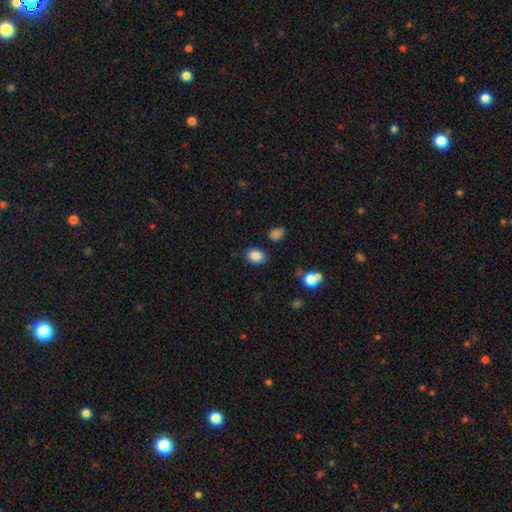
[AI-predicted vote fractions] Morphology: type=smooth (86%); roundness=in between (59%); merging=none (84%).